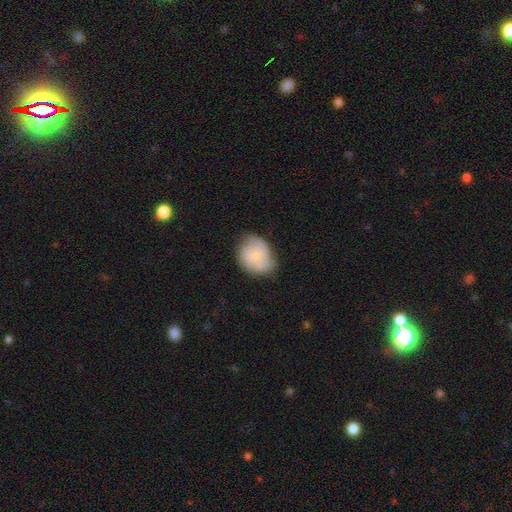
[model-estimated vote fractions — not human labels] smooth-or-featured: smooth: 54% | featured or disk: 38% | star or artifact: 8%
  how-rounded: round: 52% | in between: 47% | cigar-shaped: 1%
  merging: none: 56% | minor disturbance: 31% | major disturbance: 11% | merger: 2%